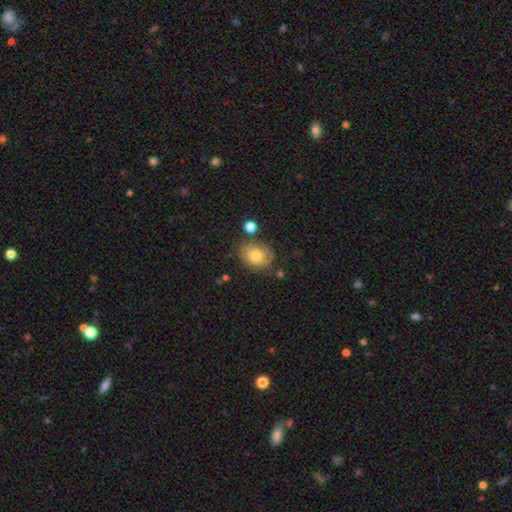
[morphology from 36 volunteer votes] This is likely a smooth galaxy (75%). How rounded: possibly in between (56%). Merging: clearly none (80%).